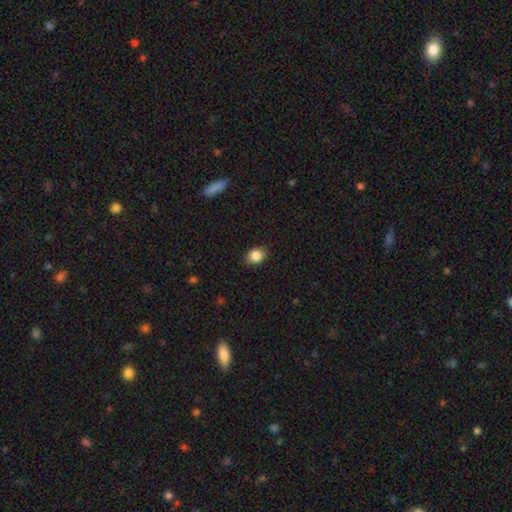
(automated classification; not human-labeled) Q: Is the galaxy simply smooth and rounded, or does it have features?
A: smooth — 86%.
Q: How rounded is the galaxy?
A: round — 57%.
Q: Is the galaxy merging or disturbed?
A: none — 87%.